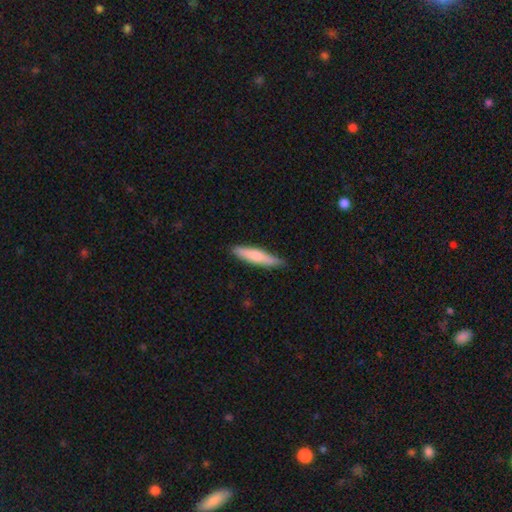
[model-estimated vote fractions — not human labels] This appears to be a smooth galaxy with no disk features (70%) that is cigar-shaped (85%). Merging: none (83%).